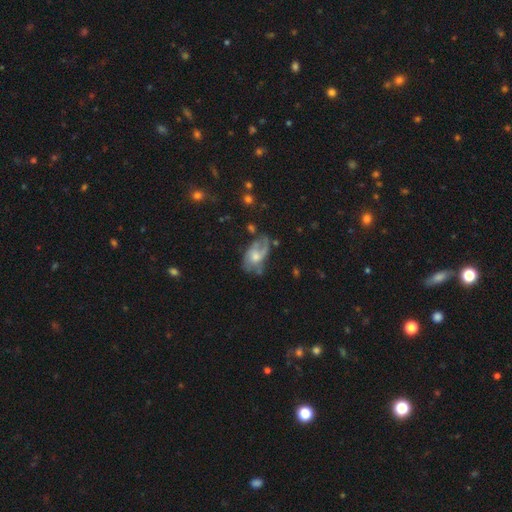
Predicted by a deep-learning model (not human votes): A featured or disk galaxy (60%) with no bar (72%), spiral arms (73%) and a moderate central bulge (51%). Merging: none (39%).